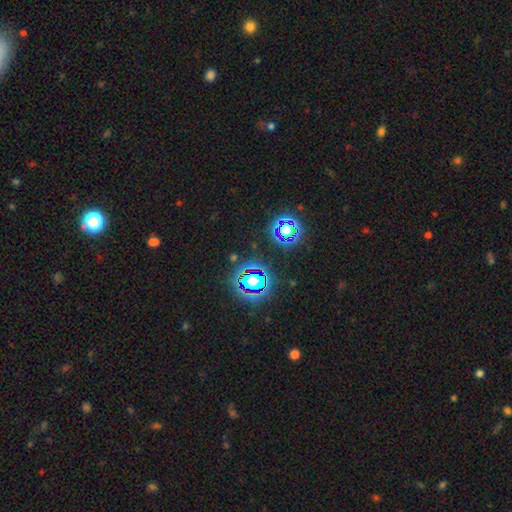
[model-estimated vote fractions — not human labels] The model was most divided on "smooth or featured": star or artifact: 80%, smooth: 13%, featured or disk: 7%.